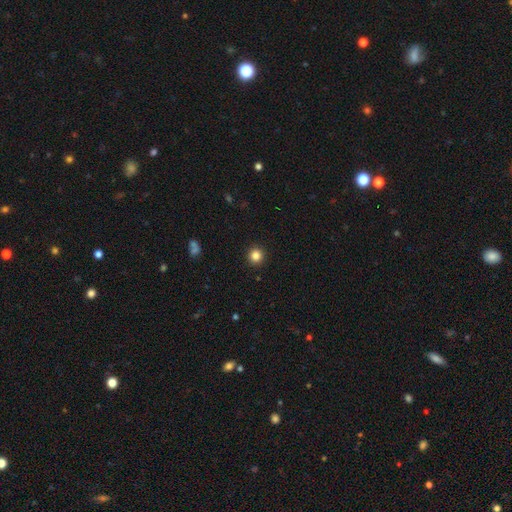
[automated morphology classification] Q: Smooth or featured?
A: smooth (84%); runner-up: star or artifact (12%)
Q: How rounded?
A: round (94%); runner-up: in between (5%)
Q: Merging?
A: none (93%); runner-up: minor disturbance (5%)